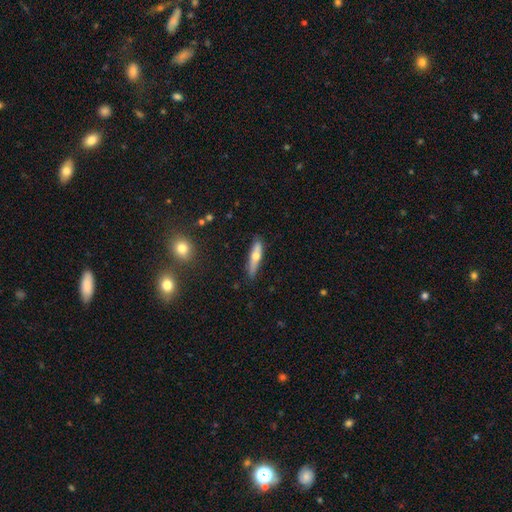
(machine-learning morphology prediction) Overall: smooth (52%; featured or disk 42%). How rounded: cigar-shaped (78%). Merging: none (79%).